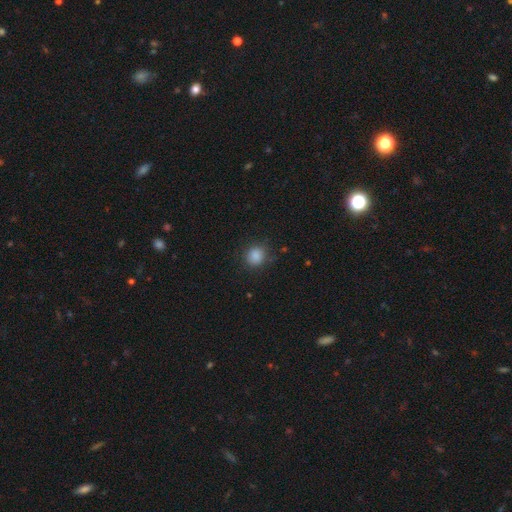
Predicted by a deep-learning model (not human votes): Smooth or featured?
  - smooth: 86% *
  - star or artifact: 10%
  - featured or disk: 3%
How rounded?
  - round: 80% *
  - in between: 19%
  - cigar-shaped: 1%
Merging?
  - none: 84% *
  - minor disturbance: 12%
  - major disturbance: 4%
  - merger: 1%